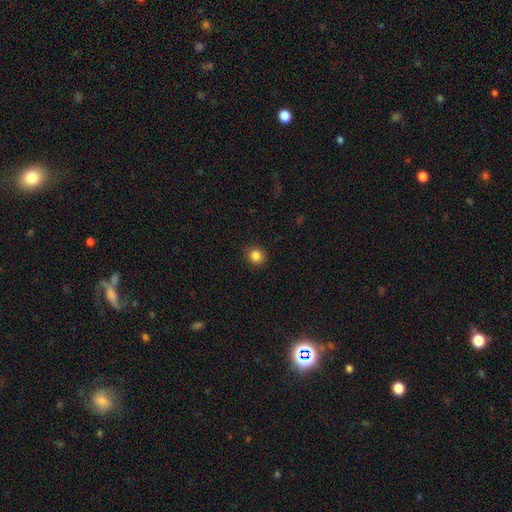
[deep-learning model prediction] Overall: smooth (85%). How rounded: round (90%). Merging: none (90%).